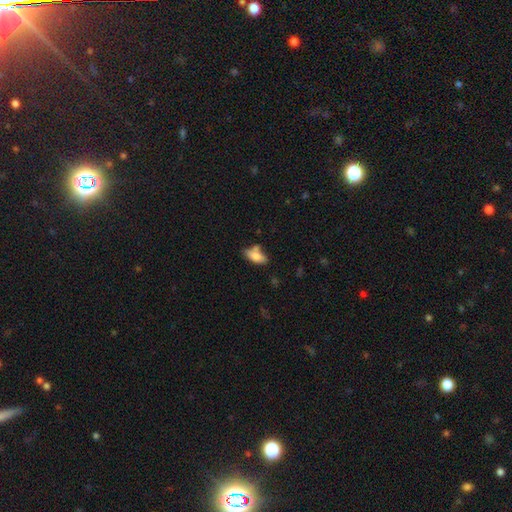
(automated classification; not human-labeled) A smooth galaxy with no disk features (77%) that is in between round and cigar-shaped (83%).

Vote fractions:
- Smooth or featured? smooth: 77% / featured or disk: 15% / star or artifact: 8%
- How rounded? in between: 83% / cigar-shaped: 14% / round: 3%
- Merging? none: 52% / minor disturbance: 23% / merger: 18% / major disturbance: 7%